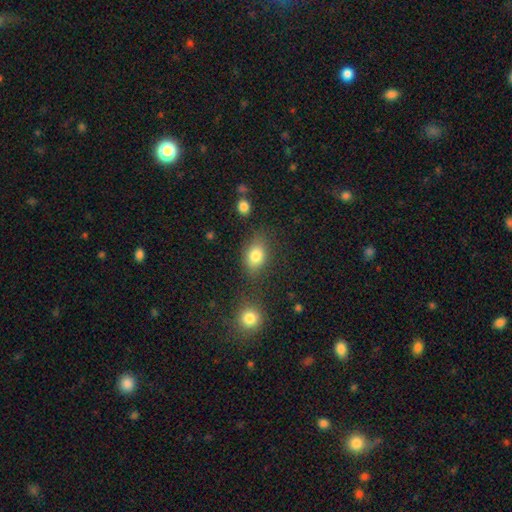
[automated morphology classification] smooth_or_featured: smooth (p=0.81) [alt: star or artifact p=0.10]
how_rounded: in between (p=0.74) [alt: round p=0.24]
merging: none (p=0.71) [alt: minor disturbance p=0.16]